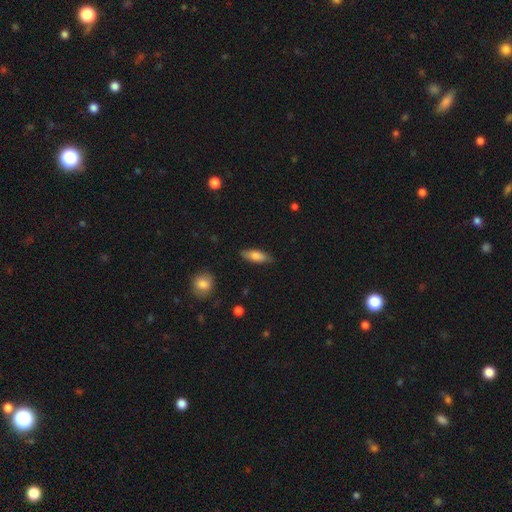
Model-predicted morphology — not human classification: Smooth or featured?
  - smooth: 79% *
  - featured or disk: 15%
  - star or artifact: 6%
How rounded?
  - in between: 67% *
  - cigar-shaped: 30%
  - round: 2%
Merging?
  - none: 84% *
  - minor disturbance: 13%
  - major disturbance: 2%
  - merger: 1%